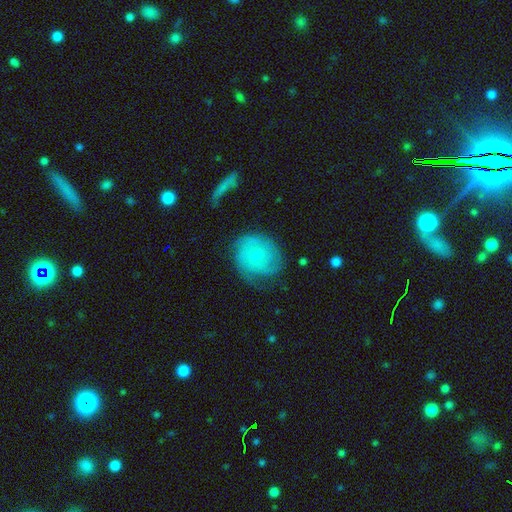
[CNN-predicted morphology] A featured or disk galaxy (56%) with no bar (80%), spiral arms (84%) and a small central bulge (65%). Merging: none (63%).